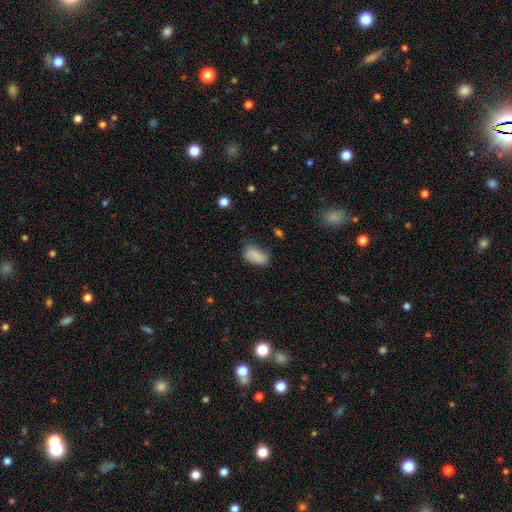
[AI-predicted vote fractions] This is clearly a smooth galaxy (85%). How rounded: clearly in between (92%). Merging: possibly none (57%).